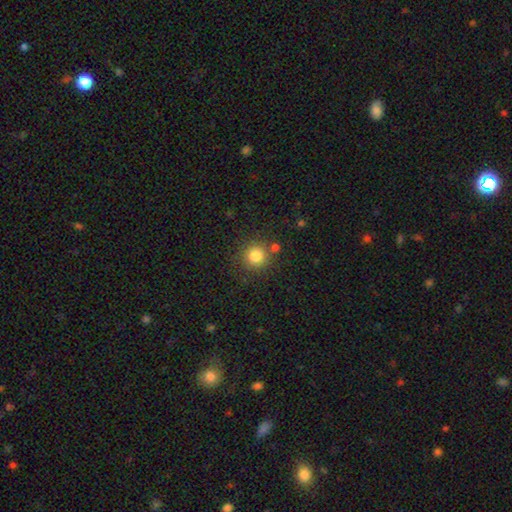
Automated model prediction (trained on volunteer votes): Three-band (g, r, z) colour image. It shows a smooth galaxy with no disk features (82%) that is round (93%). Merging: none (81%).